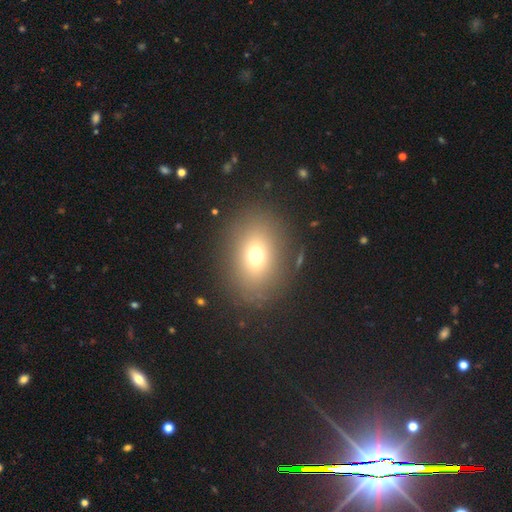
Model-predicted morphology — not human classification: Smooth or featured? smooth (70%)
How rounded? in between (60%)
Merging? none (84%)